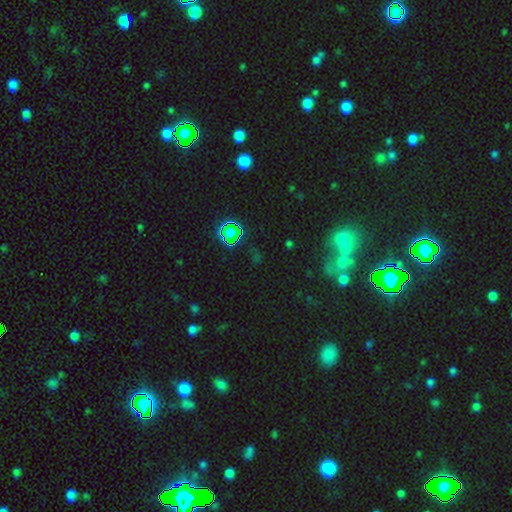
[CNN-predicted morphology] smooth_or_featured: star or artifact (p=0.64) [alt: smooth p=0.23]